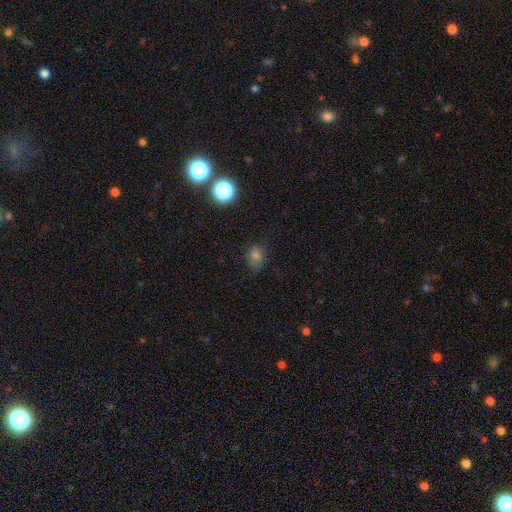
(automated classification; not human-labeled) smooth 70%, star or artifact 21%, featured or disk 9%. Down the decision tree: how rounded — round (56%); merging — none (74%).